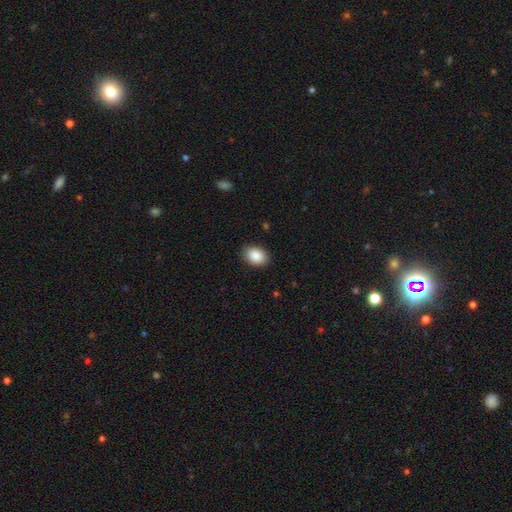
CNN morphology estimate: A smooth galaxy with no disk features (89%) that is in between round and cigar-shaped (79%). Merging: none (88%).